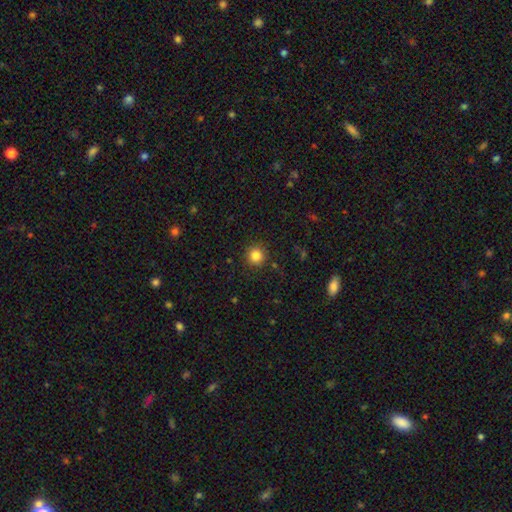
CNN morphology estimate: type=smooth (84%); roundness=round (94%); merging=none (91%).